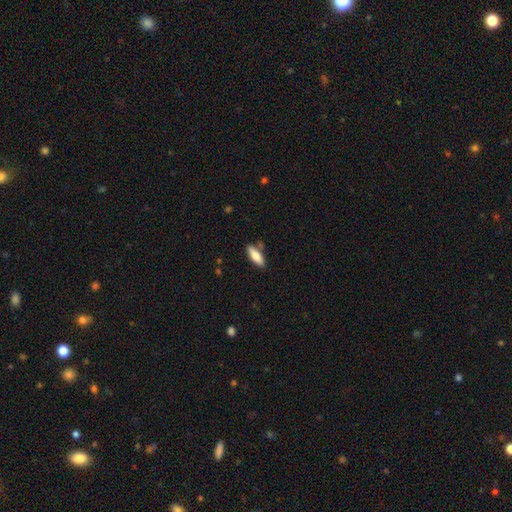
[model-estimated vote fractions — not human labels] Smooth or featured? smooth (73%)
How rounded? in between (57%)
Merging? none (78%)